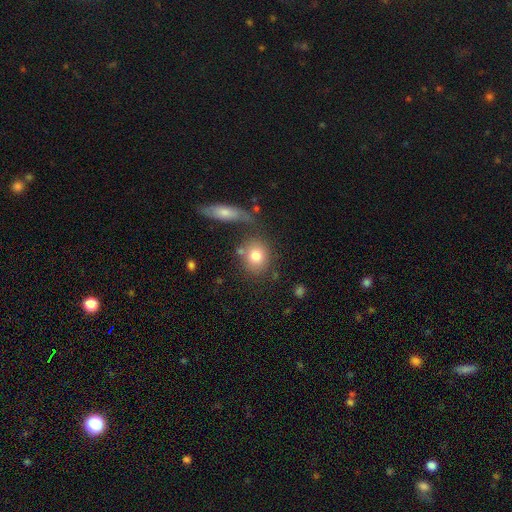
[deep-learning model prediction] This appears to be a smooth galaxy with no disk features (79%) that is round (68%). Merging: none (66%).